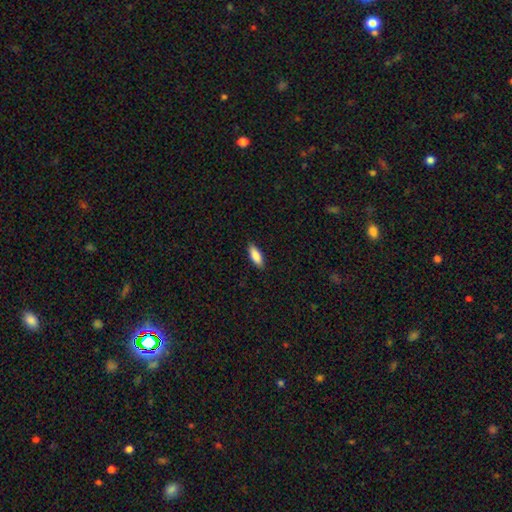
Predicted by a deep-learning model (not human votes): Smooth or featured? Predicted: smooth (p=0.83). How rounded? Predicted: in between (p=0.69). Merging? Predicted: none (p=0.89).